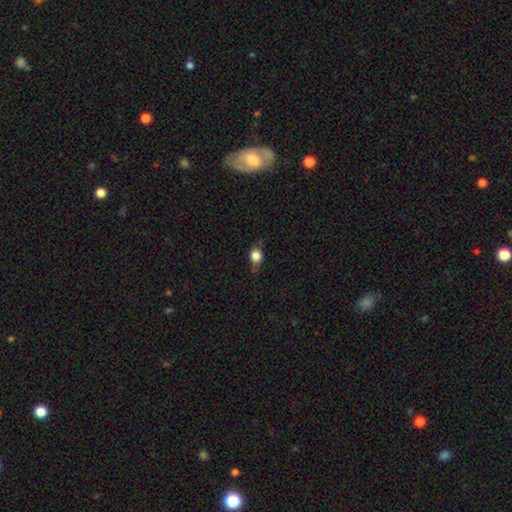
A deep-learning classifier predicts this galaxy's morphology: Smooth or featured? smooth (70%)
How rounded? round (58%)
Merging? none (60%)